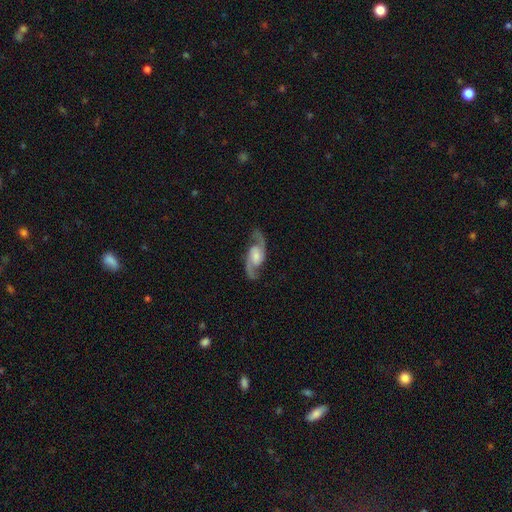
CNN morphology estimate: A featured or disk galaxy (89%) with no bar (49%), 2 (94%) medium (53%) spiral arms (98%) and a moderate central bulge (37%). Merging: none (83%).